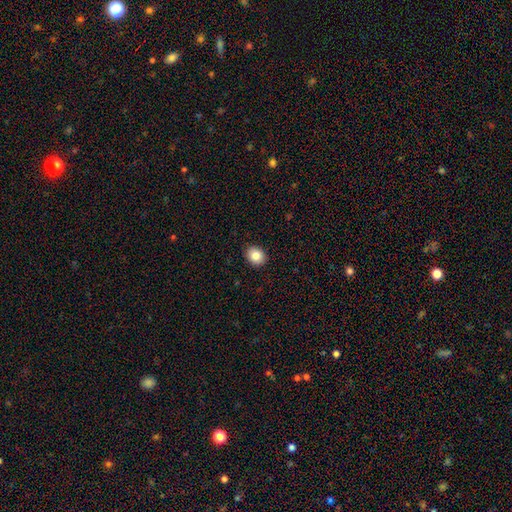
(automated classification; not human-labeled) Smooth or featured? Predicted: smooth (p=0.84). How rounded? Predicted: round (p=0.57). Merging? Predicted: none (p=0.91).